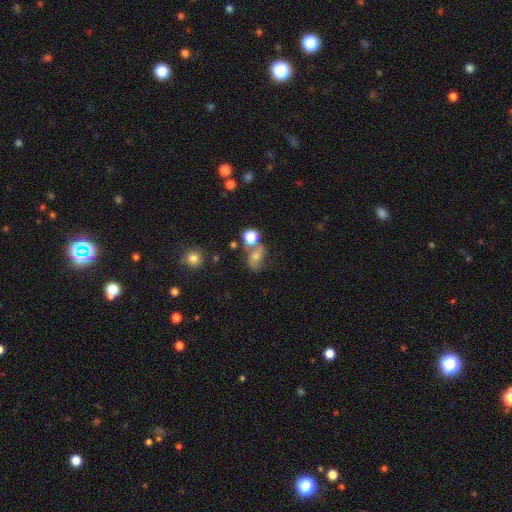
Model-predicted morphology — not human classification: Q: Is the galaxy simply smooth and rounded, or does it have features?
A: smooth — 42%.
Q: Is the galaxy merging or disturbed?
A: none — 49%.